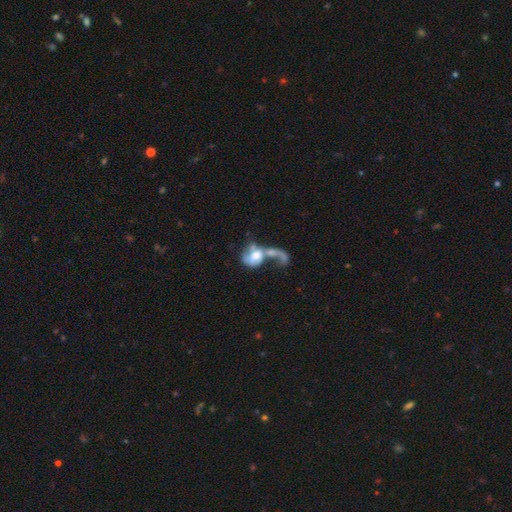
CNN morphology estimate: type=featured or disk (53%); edge-on=no (96%); bar=no (69%); spiral arms=yes (55%); bulge=moderate (45%); merging=merger (48%).